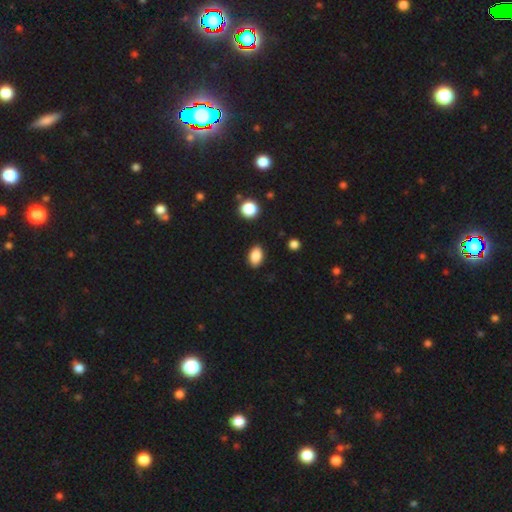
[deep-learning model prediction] This is clearly a smooth galaxy (86%). How rounded: clearly in between (88%). Merging: clearly none (87%).